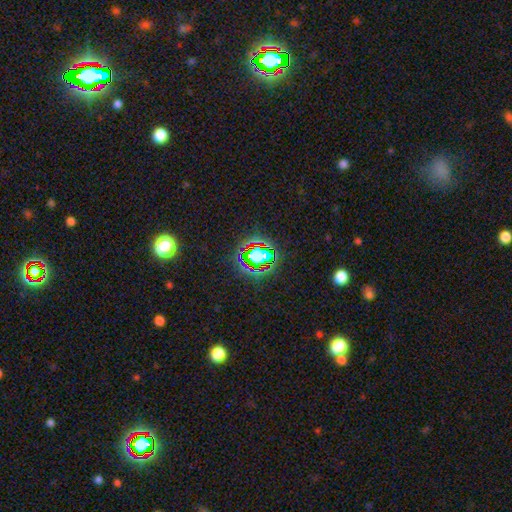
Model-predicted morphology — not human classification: star or artifact 65%, smooth 22%, featured or disk 13%.